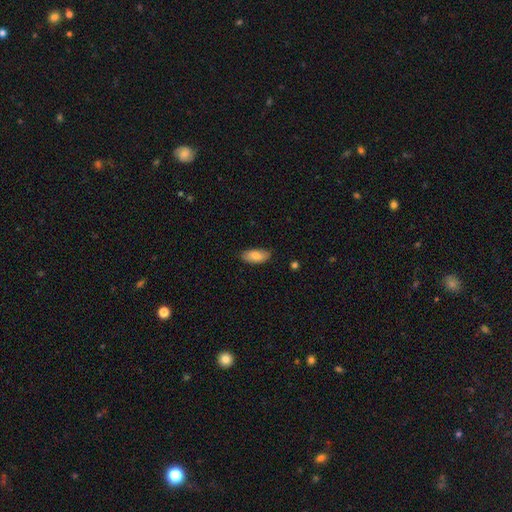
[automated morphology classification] type=smooth (81%); roundness=in between (90%); merging=none (80%).